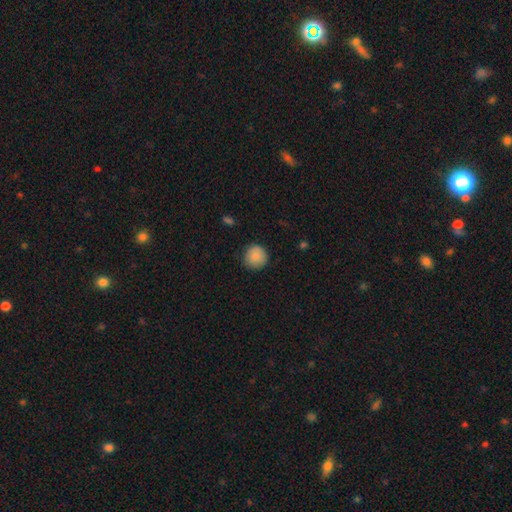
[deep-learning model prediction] The model was most divided on "merging": none: 85%, minor disturbance: 12%, major disturbance: 2%, merger: 1%. More confident: how rounded — round (94%); smooth or featured — smooth (85%).